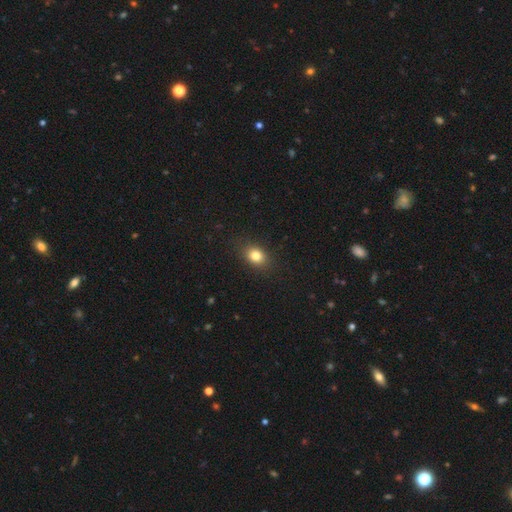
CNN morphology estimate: The model was most divided on "how rounded": in between: 55%, round: 43%, cigar-shaped: 1%. More confident: merging — none (86%); smooth or featured — smooth (81%).